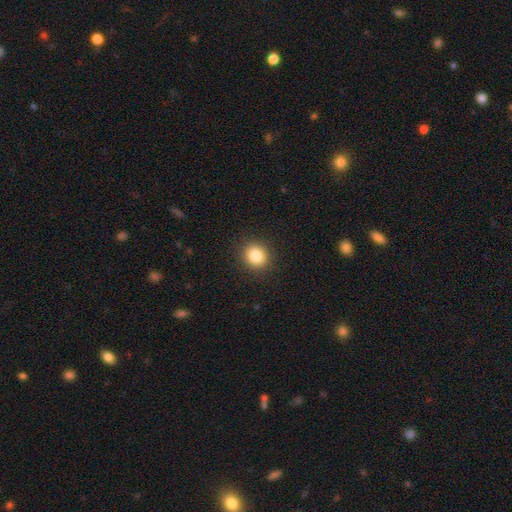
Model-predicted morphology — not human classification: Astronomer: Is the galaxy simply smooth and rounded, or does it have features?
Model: smooth — 86%.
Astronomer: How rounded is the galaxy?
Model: round — 82%.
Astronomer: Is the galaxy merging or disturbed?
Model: none — 90%.